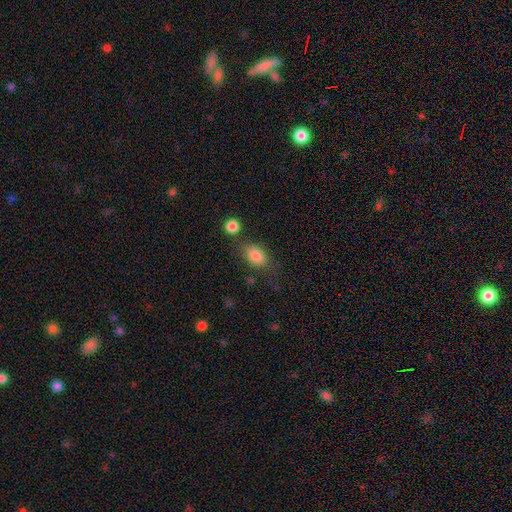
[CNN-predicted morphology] Q: Smooth or featured?
A: smooth (84%); runner-up: star or artifact (9%)
Q: How rounded?
A: in between (83%); runner-up: round (15%)
Q: Merging?
A: none (66%); runner-up: minor disturbance (19%)